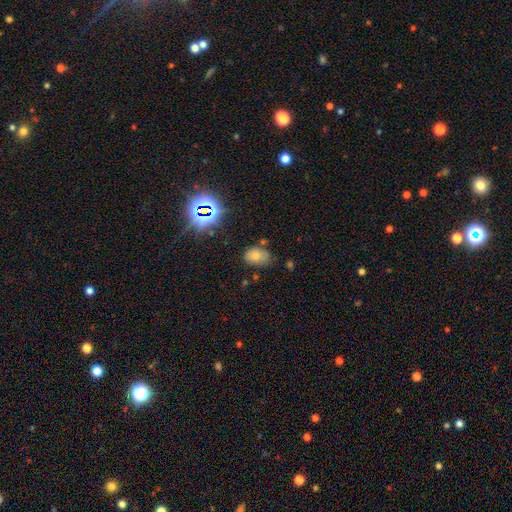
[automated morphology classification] Q: Smooth or featured?
A: smooth (65%); runner-up: star or artifact (21%)
Q: How rounded?
A: in between (79%); runner-up: round (20%)
Q: Merging?
A: none (68%); runner-up: minor disturbance (21%)